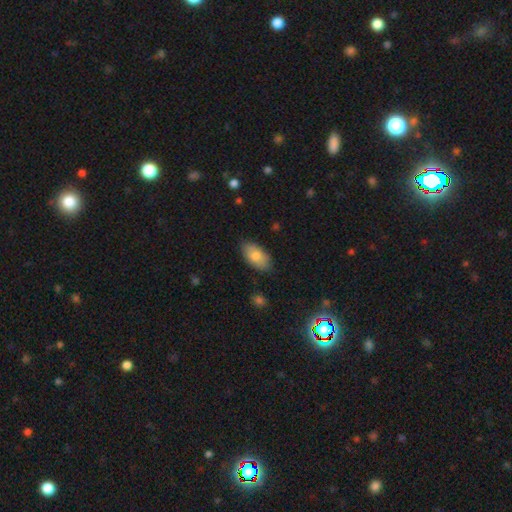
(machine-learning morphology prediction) A smooth galaxy with no disk features (80%) that is in between round and cigar-shaped (93%). Merging: none (82%).